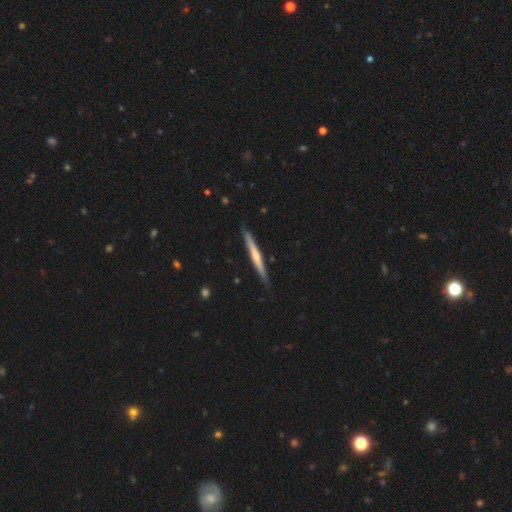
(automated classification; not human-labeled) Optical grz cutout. It shows a featured or disk galaxy (52%) viewed edge-on (97%) with no central bulge (52%). Merging: none (88%).